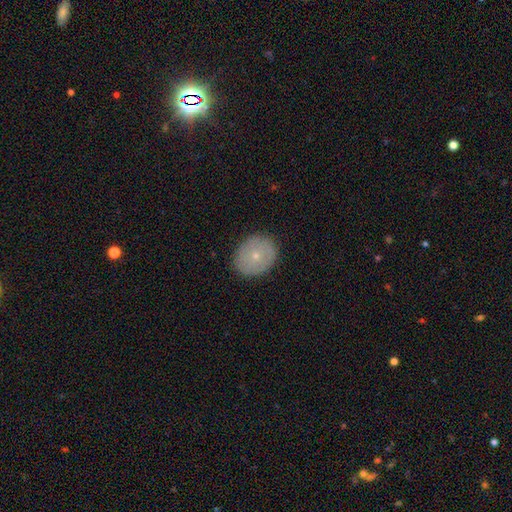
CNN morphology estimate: type=smooth (62%); roundness=round (60%); merging=none (87%).